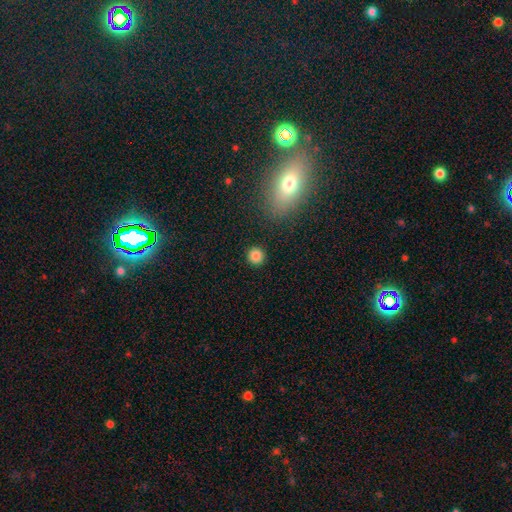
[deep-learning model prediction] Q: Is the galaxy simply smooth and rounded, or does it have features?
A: smooth — 84%.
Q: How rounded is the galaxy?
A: round — 94%.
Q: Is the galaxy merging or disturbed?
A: none — 91%.